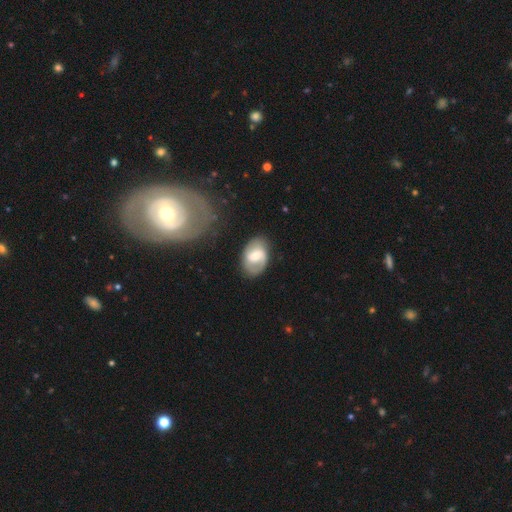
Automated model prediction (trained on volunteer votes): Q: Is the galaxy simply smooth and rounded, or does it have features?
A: featured or disk — 61%.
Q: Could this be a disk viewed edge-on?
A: no — 96%.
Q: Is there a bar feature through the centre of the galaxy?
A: weak — 53%.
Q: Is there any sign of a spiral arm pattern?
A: yes — 81%.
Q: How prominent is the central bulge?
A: moderate — 56%.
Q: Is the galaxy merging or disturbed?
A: none — 76%.